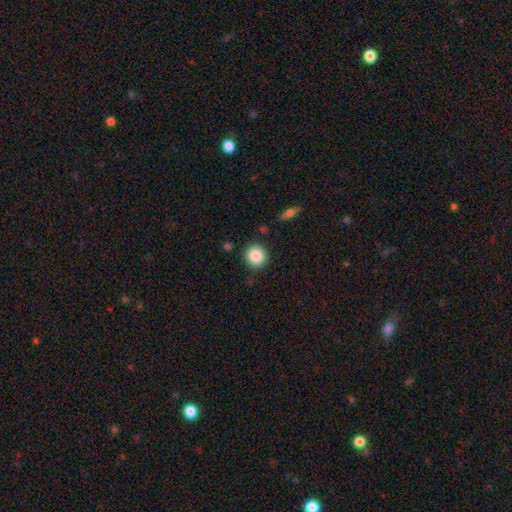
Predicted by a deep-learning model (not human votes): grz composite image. It shows a smooth galaxy with no disk features (87%) that is round (92%). Merging: none (87%).